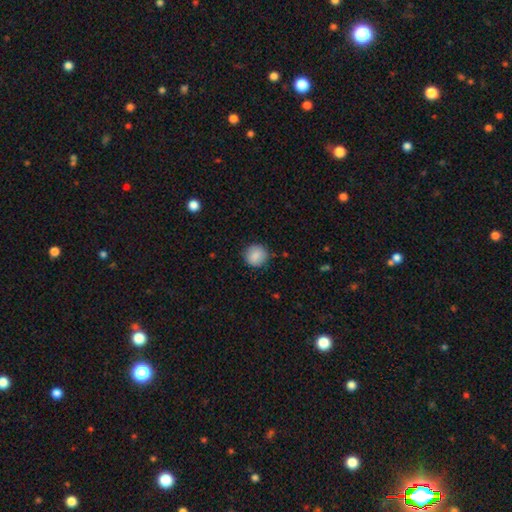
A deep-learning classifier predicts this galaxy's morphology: The model was most divided on "merging": none: 86%, minor disturbance: 11%, major disturbance: 3%, merger: 1%. More confident: how rounded — round (90%); smooth or featured — smooth (87%).